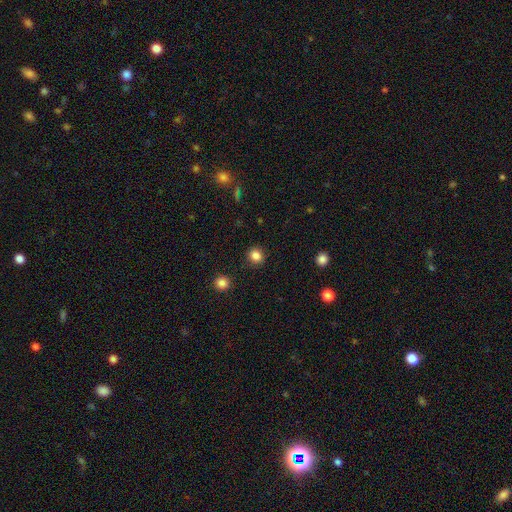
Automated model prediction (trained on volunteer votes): This appears to be a smooth galaxy with no disk features (84%) that is round (83%). Merging: none (90%).